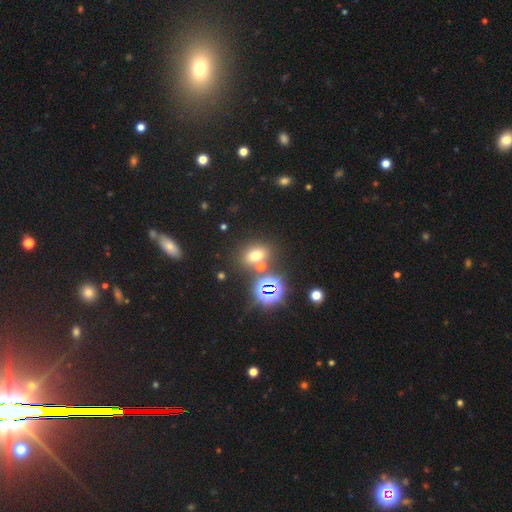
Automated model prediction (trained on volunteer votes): This is possibly a smooth galaxy (58%). How rounded: possibly in between (58%). Merging: likely none (68%).